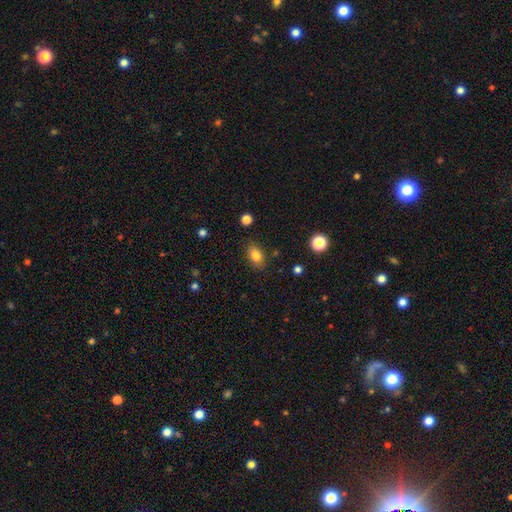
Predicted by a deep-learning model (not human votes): Overall: smooth (82%). How rounded: in between (77%). Merging: none (81%).